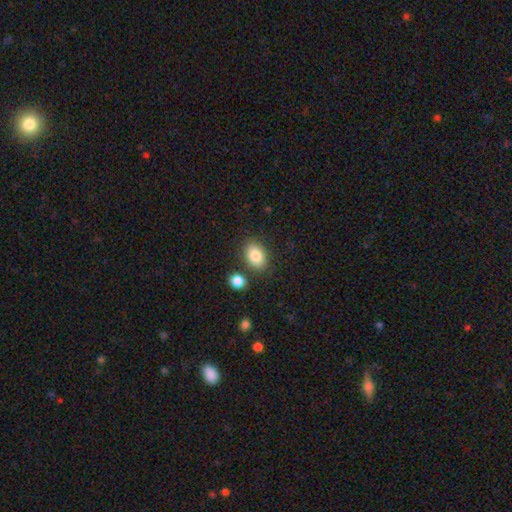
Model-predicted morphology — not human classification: smooth-or-featured: smooth: 85% | featured or disk: 8% | star or artifact: 8%
  how-rounded: in between: 86% | round: 13% | cigar-shaped: 1%
  merging: none: 79% | minor disturbance: 11% | merger: 7% | major disturbance: 3%